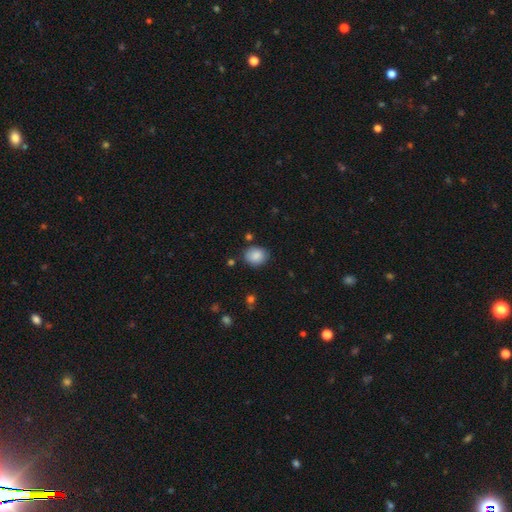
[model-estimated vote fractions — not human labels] Smooth or featured? smooth (86%)
How rounded? round (56%)
Merging? none (80%)